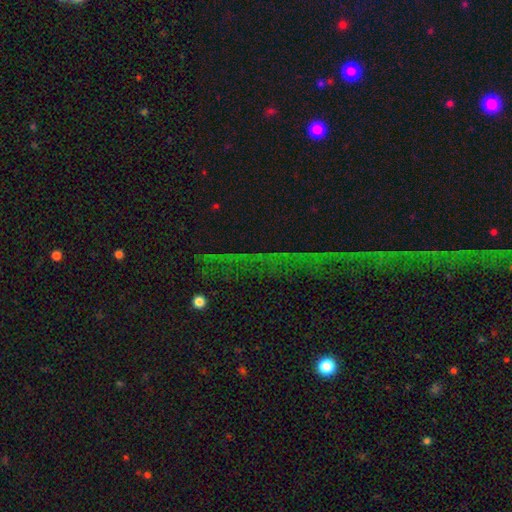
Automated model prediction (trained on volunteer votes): Smooth or featured: star or artifact — 83% (featured or disk — 9%)